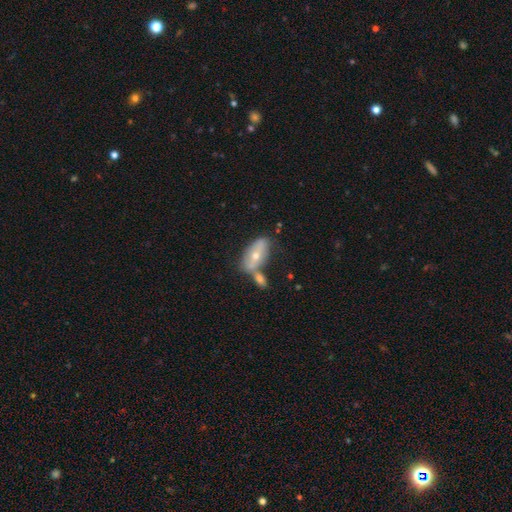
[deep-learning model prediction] Smooth or featured? smooth (52%)
How rounded? in between (86%)
Merging? none (42%)